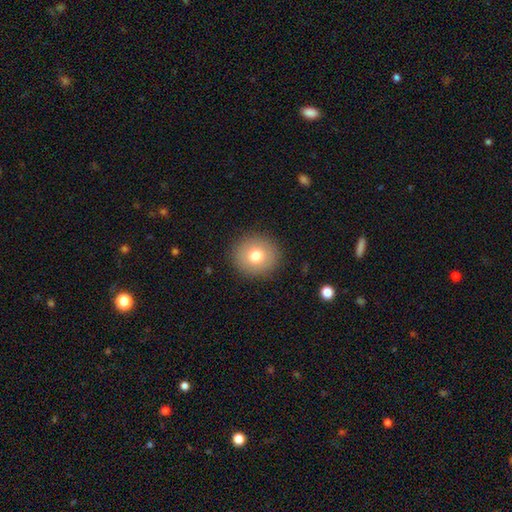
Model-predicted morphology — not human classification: This is likely a smooth galaxy (76%). How rounded: clearly round (91%). Merging: clearly none (90%).